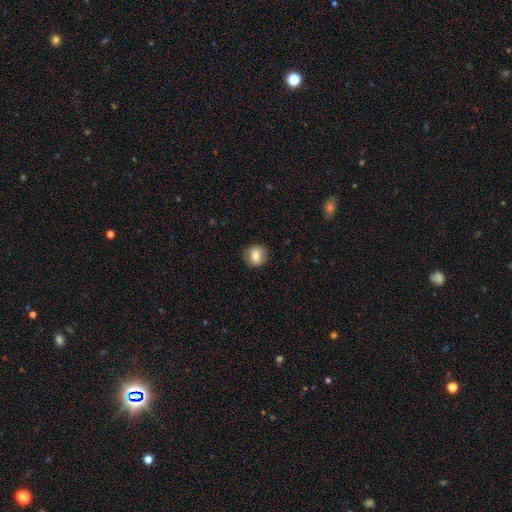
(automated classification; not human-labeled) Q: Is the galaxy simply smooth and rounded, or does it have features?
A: smooth — 81%.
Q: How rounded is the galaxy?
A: round — 86%.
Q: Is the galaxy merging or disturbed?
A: none — 88%.